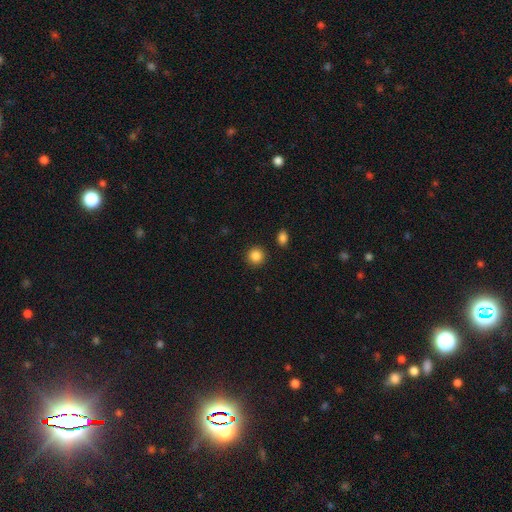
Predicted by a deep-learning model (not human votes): The model was most divided on "smooth or featured": smooth: 87%, star or artifact: 10%, featured or disk: 4%. More confident: how rounded — round (93%); merging — none (90%).